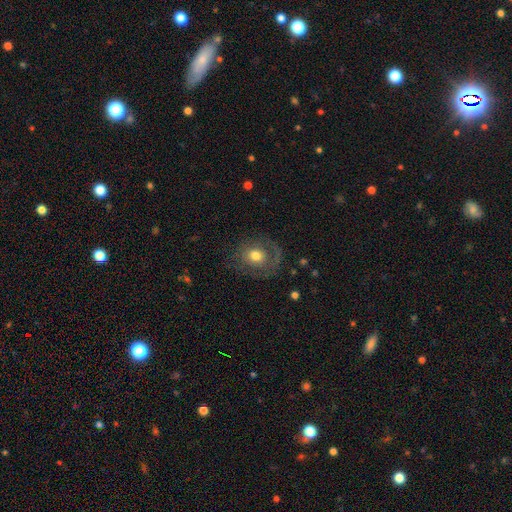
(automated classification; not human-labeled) Overall: smooth (54%; featured or disk 37%). How rounded: round (71%). Merging: none (68%).